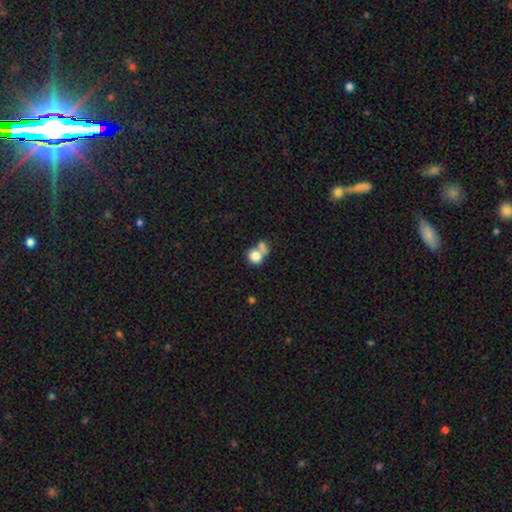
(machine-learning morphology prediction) Overall: smooth (78%). How rounded: round (78%). Merging: merger (52%; none 33%).